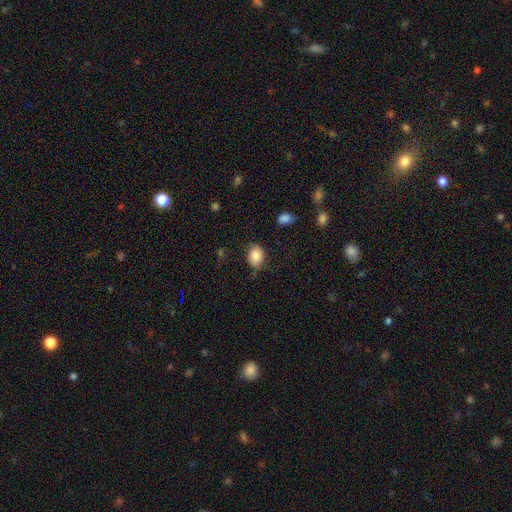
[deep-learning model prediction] A smooth galaxy with no disk features (84%) that is in between round and cigar-shaped (60%).

Vote fractions:
- Smooth or featured? smooth: 84% / featured or disk: 8% / star or artifact: 8%
- How rounded? in between: 60% / round: 39% / cigar-shaped: 1%
- Merging? none: 74% / minor disturbance: 19% / major disturbance: 5% / merger: 2%